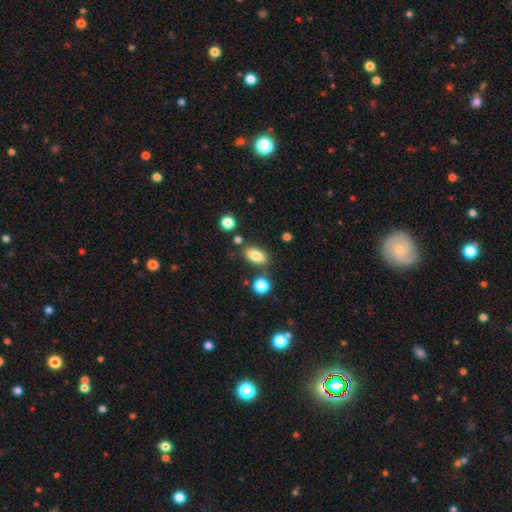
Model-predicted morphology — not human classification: Q: Smooth or featured?
A: smooth (82%); runner-up: featured or disk (9%)
Q: How rounded?
A: in between (88%); runner-up: round (7%)
Q: Merging?
A: none (77%); runner-up: minor disturbance (12%)